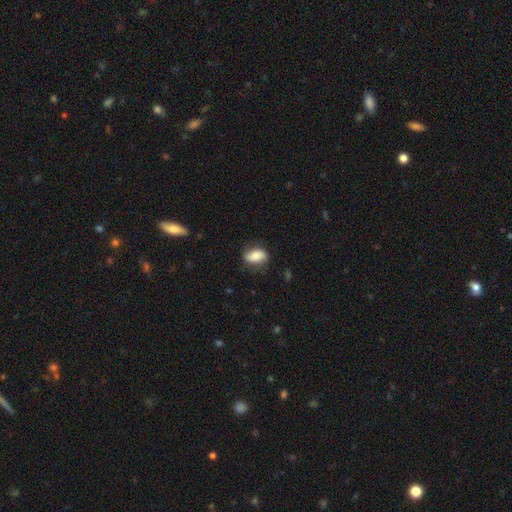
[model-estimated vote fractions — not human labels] Smooth or featured: smooth — 70% (featured or disk — 22%)
How rounded: in between — 85% (round — 11%)
Merging: none — 74% (minor disturbance — 19%)